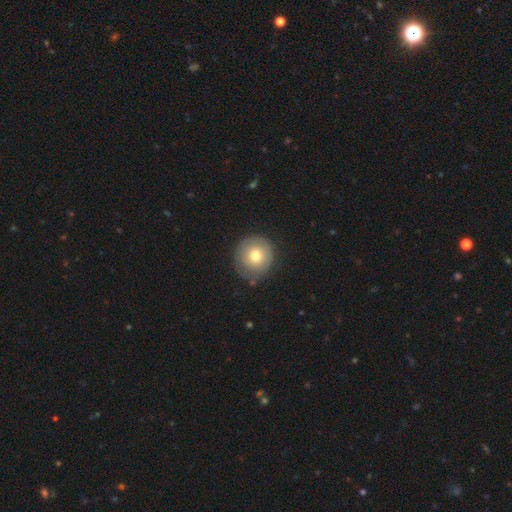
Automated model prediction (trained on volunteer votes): Smooth or featured? smooth (69%)
How rounded? round (93%)
Merging? none (73%)